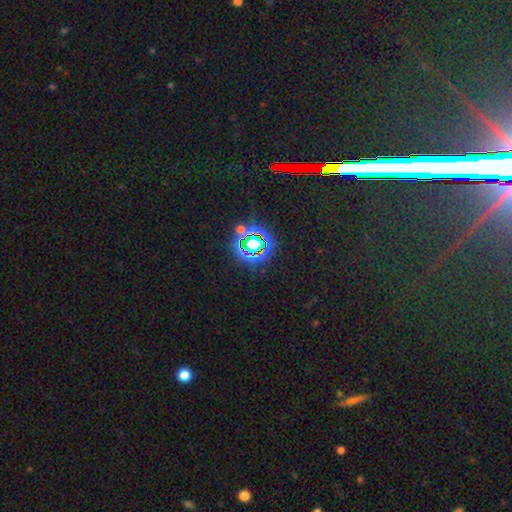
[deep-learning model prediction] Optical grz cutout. It shows a star or artifact, not a galaxy (73%).